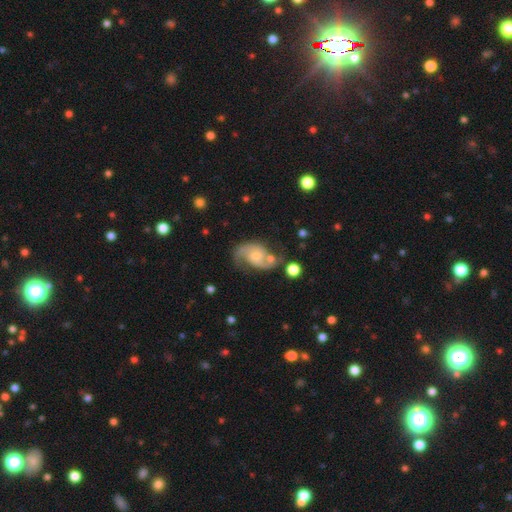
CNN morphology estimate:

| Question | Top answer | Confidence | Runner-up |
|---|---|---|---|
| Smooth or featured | featured or disk | 86% | smooth (9%) |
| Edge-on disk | no | 98% | yes (2%) |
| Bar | no | 60% | weak (34%) |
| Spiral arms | yes | 96% | no (4%) |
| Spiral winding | medium | 48% | loose (40%) |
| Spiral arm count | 2 | 91% | 1 (3%) |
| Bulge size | small | 49% | moderate (39%) |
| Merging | none | 56% | minor disturbance (20%) |